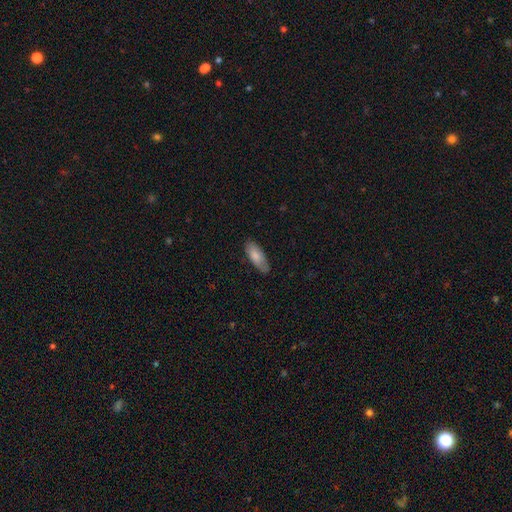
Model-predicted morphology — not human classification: This is likely a smooth galaxy (79%). How rounded: likely in between (74%). Merging: likely none (80%).